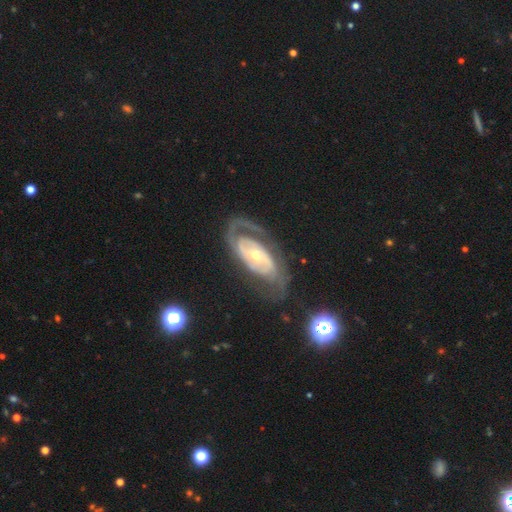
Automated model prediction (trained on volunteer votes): smooth-or-featured: featured or disk: 86% | smooth: 9% | star or artifact: 5%
  disk-edge-on: no: 94% | yes: 6%
    bar: no: 55% | weak: 28% | strong: 16%
    has-spiral-arms: yes: 90% | no: 10%
      spiral-winding: tight: 49% | medium: 36% | loose: 15%
      spiral-arm-count: 2: 66% | can't tell: 14% | 1: 12% | 3: 4% | 4: 2% | more than 4: 2%
    bulge-size: moderate: 54% | small: 41% | large: 3% | none: 1% | dominant: 1%
  merging: none: 63% | major disturbance: 18% | minor disturbance: 17% | merger: 2%